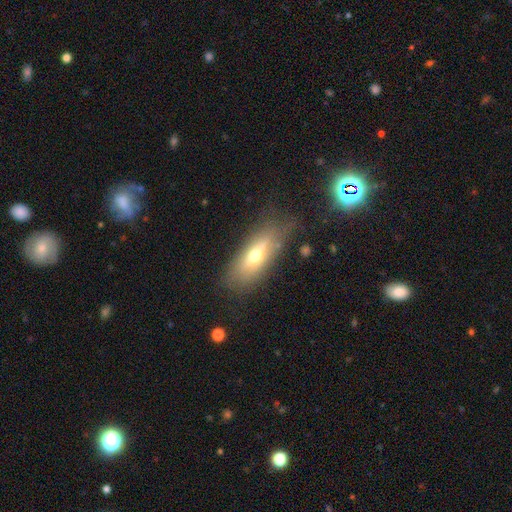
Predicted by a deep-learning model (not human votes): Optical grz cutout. It shows a smooth galaxy with no disk features (51%) that is in between round and cigar-shaped (62%). Merging: none (68%).